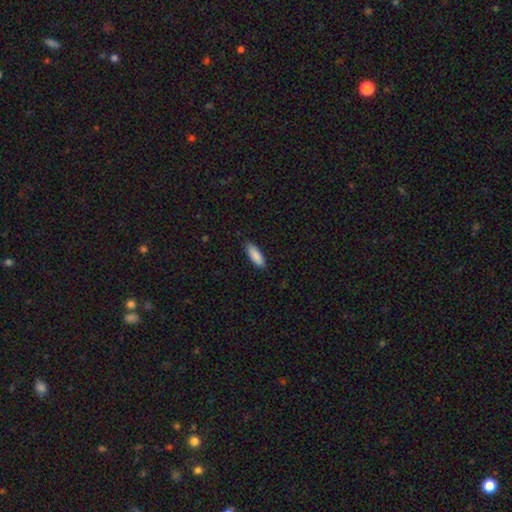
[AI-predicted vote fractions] smooth 89%, star or artifact 6%, featured or disk 5%. Down the decision tree: how rounded — in between (62%); merging — none (87%).